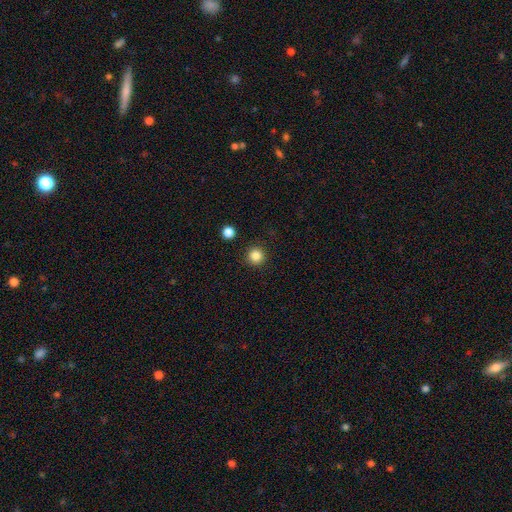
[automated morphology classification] The model was most divided on "smooth or featured": smooth: 86%, star or artifact: 11%, featured or disk: 3%. More confident: how rounded — round (96%); merging — none (92%).